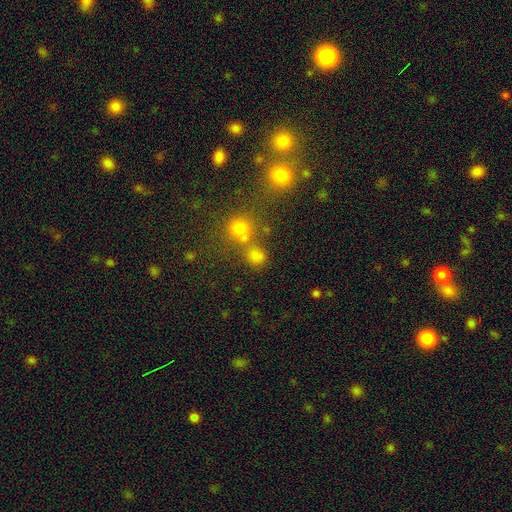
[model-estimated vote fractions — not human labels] Smooth or featured? Predicted: smooth (p=0.72). How rounded? Predicted: round (p=0.73). Merging? Predicted: none (p=0.57).